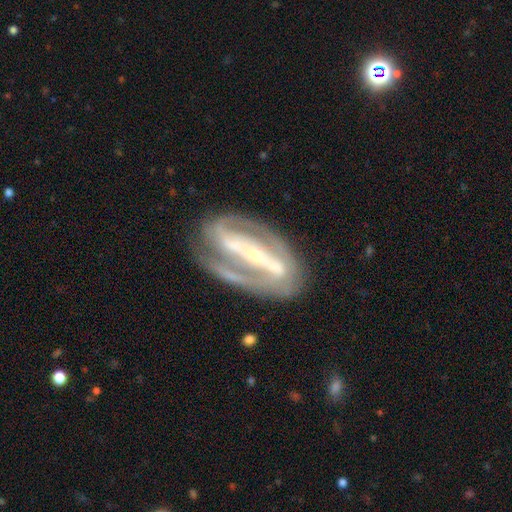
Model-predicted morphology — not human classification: type=featured or disk (88%); edge-on=no (89%); bar=strong (82%); spiral arms=yes (86%); winding=tight (49%); arm count=2 (83%); bulge=small (61%); merging=none (76%).